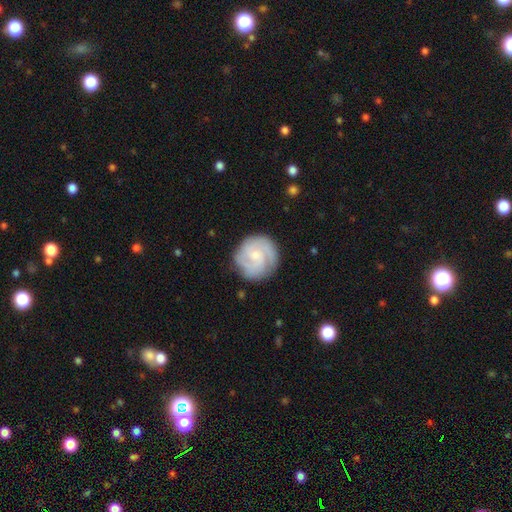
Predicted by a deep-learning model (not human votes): A featured or disk galaxy (73%) with no bar (65%), 3 (37%) tight (56%) spiral arms (94%) and a small central bulge (56%).

Vote fractions:
- Smooth or featured? featured or disk: 73% / smooth: 22% / star or artifact: 5%
- Edge-on disk? no: 98% / yes: 2%
- Bar? no: 65% / weak: 31% / strong: 4%
- Spiral arms? yes: 94% / no: 6%
- Spiral winding? tight: 56% / medium: 35% / loose: 9%
- Spiral arm count? 3: 37% / 2: 24% / can't tell: 22% / 4: 8% / 1: 5% / more than 4: 4%
- Bulge size? small: 56% / moderate: 32% / none: 9% / large: 2% / dominant: 1%
- Merging? none: 79% / minor disturbance: 15% / major disturbance: 5% / merger: 1%